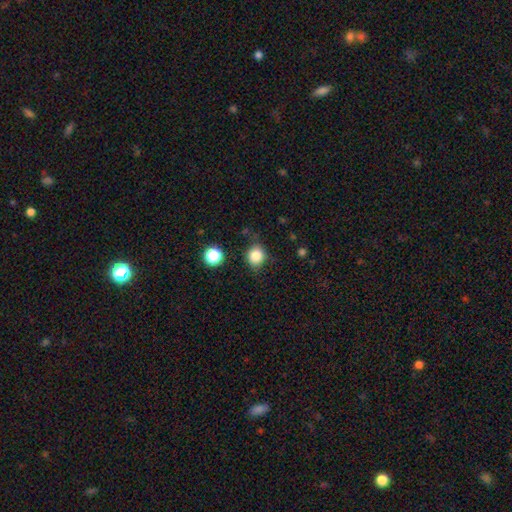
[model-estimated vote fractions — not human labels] This appears to be a smooth galaxy with no disk features (84%) that is round (76%). Merging: none (75%).